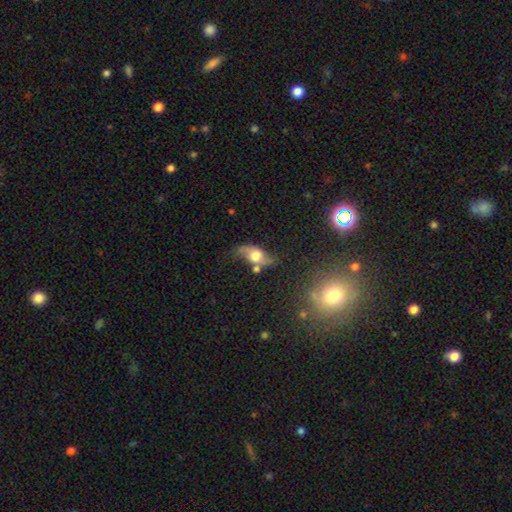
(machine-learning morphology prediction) featured or disk 55%, smooth 36%, star or artifact 9%. Down the decision tree: edge-on disk — no (82%); merging — none (51%).